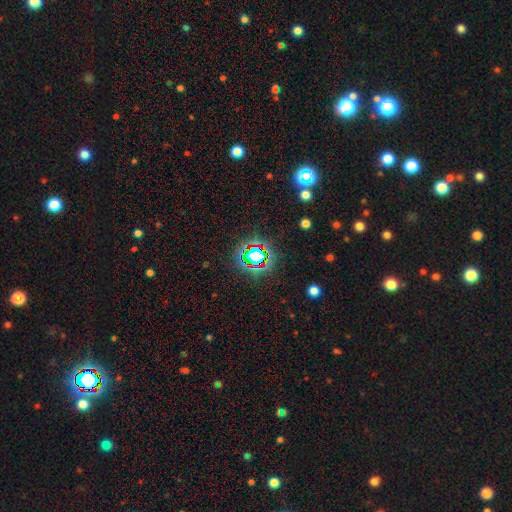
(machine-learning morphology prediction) Smooth or featured? Predicted: star or artifact (p=0.69).